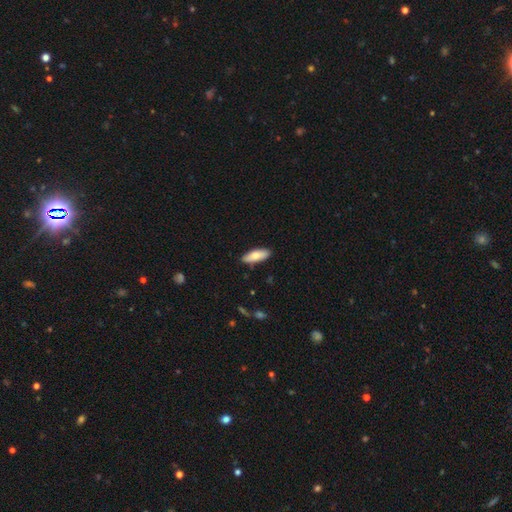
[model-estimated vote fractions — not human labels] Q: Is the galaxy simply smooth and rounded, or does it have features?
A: smooth — 80%.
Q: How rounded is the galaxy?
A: in between — 67%.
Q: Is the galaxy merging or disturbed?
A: none — 88%.